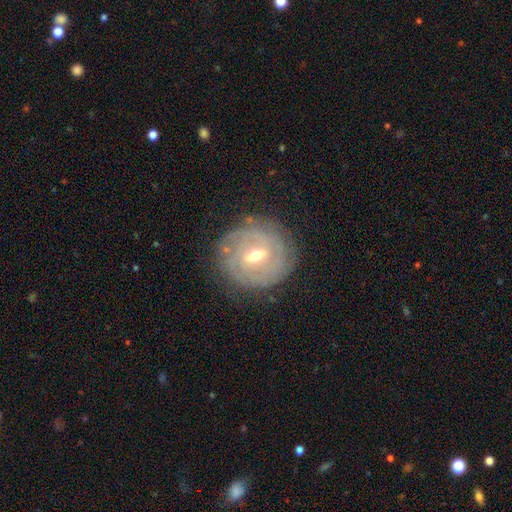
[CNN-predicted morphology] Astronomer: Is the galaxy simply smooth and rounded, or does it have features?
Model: featured or disk — 78%.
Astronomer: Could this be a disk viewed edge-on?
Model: no — 96%.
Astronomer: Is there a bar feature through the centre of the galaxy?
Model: weak — 56%.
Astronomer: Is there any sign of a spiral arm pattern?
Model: yes — 84%.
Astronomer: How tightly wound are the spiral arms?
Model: tight — 77%.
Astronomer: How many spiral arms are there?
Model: can't tell — 45% (runner-up: 2, 23%).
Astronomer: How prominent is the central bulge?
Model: moderate — 66%.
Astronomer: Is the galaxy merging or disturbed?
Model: none — 81%.